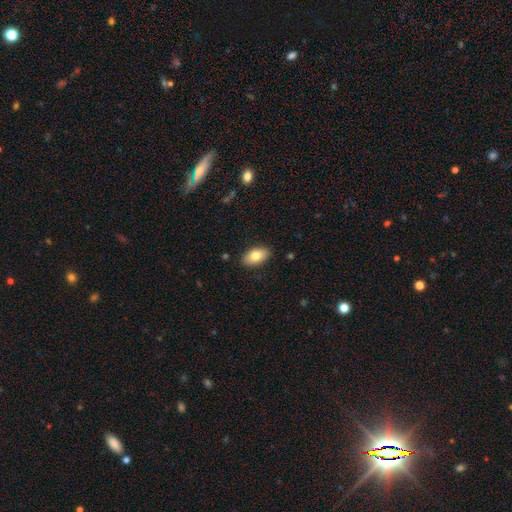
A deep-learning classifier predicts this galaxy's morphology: type=smooth (78%); roundness=in between (93%); merging=none (88%).